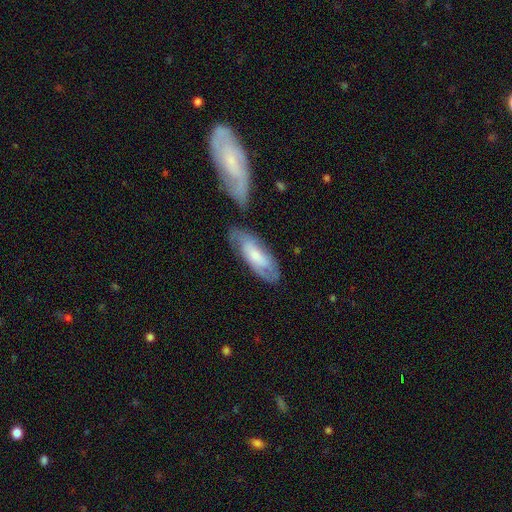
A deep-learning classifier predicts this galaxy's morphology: featured or disk 50%, smooth 44%, star or artifact 6%. Down the decision tree: edge-on disk — no (84%); merging — none (62%).